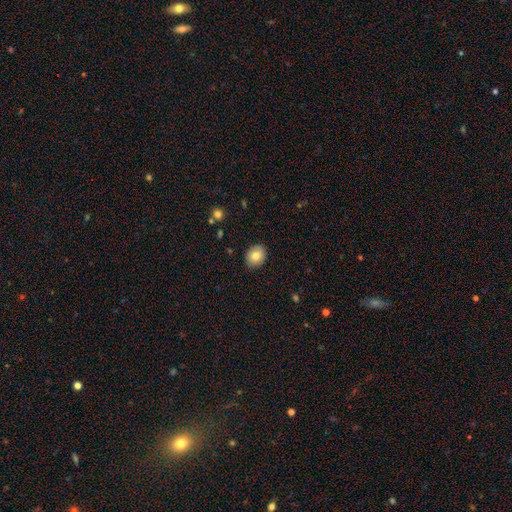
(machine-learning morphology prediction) Smooth or featured? Predicted: smooth (p=0.80). How rounded? Predicted: in between (p=0.51). Merging? Predicted: none (p=0.88).